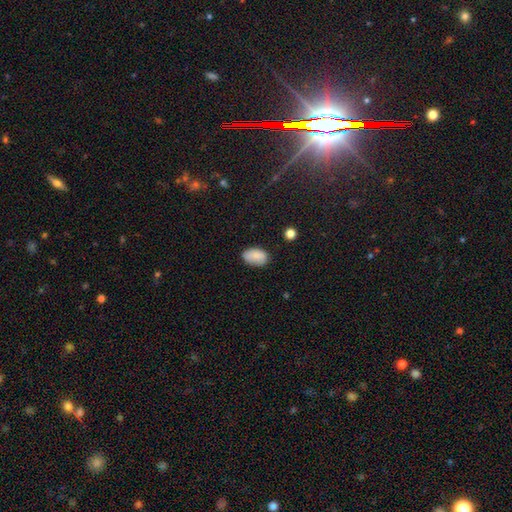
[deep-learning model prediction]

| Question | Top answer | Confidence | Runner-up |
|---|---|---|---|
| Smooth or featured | smooth | 86% | star or artifact (8%) |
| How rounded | in between | 91% | round (8%) |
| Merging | none | 79% | minor disturbance (17%) |